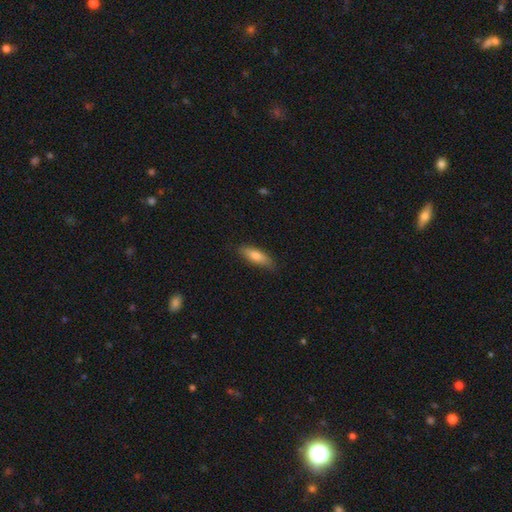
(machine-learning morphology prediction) Smooth or featured? smooth (74%)
How rounded? cigar-shaped (52%)
Merging? none (83%)